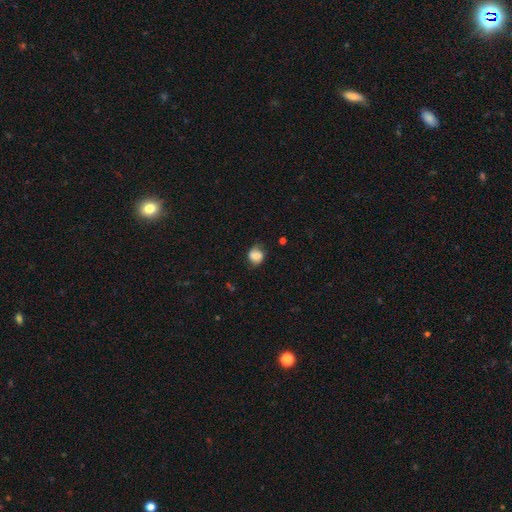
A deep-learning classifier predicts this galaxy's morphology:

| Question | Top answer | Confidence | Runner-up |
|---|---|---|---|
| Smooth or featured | smooth | 74% | featured or disk (16%) |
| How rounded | round | 66% | in between (33%) |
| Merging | none | 65% | minor disturbance (26%) |